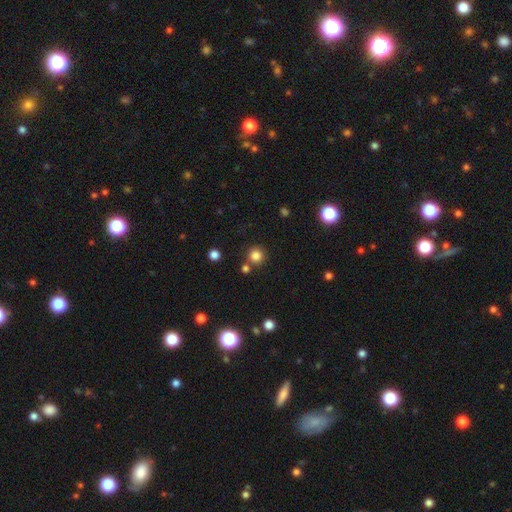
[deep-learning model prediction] Smooth or featured? smooth (82%)
How rounded? round (94%)
Merging? none (80%)